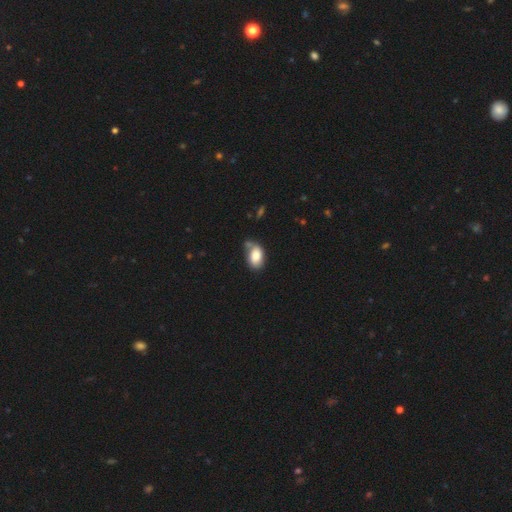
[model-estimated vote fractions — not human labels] This appears to be a smooth galaxy with no disk features (84%) that is in between round and cigar-shaped (91%). Merging: none (53%).